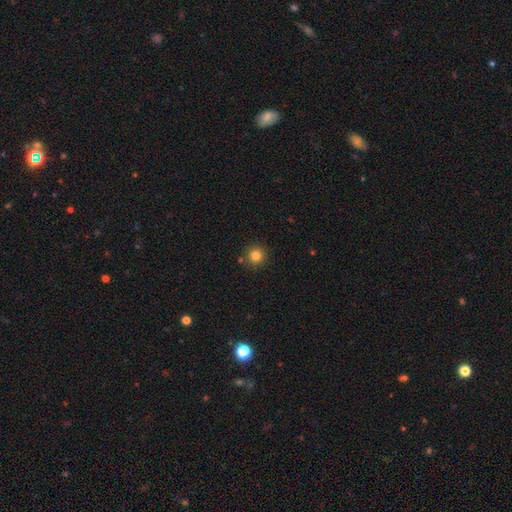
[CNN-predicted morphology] smooth-or-featured: smooth: 83% | star or artifact: 12% | featured or disk: 5%
  how-rounded: round: 95% | in between: 4% | cigar-shaped: 1%
  merging: none: 87% | minor disturbance: 7% | merger: 5% | major disturbance: 2%